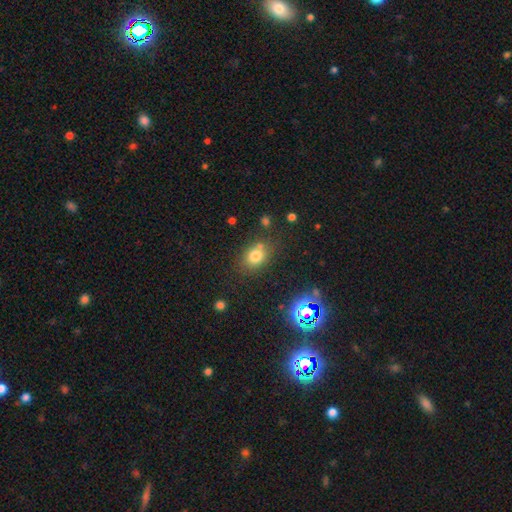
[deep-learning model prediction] Q: Smooth or featured?
A: smooth (75%); runner-up: star or artifact (15%)
Q: How rounded?
A: in between (60%); runner-up: round (39%)
Q: Merging?
A: none (70%); runner-up: minor disturbance (15%)